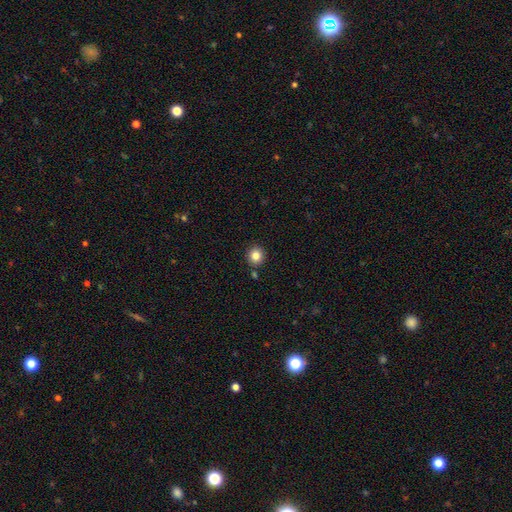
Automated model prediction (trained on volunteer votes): Smooth or featured: smooth — 83% (star or artifact — 11%)
How rounded: round — 93% (in between — 6%)
Merging: none — 87% (minor disturbance — 6%)